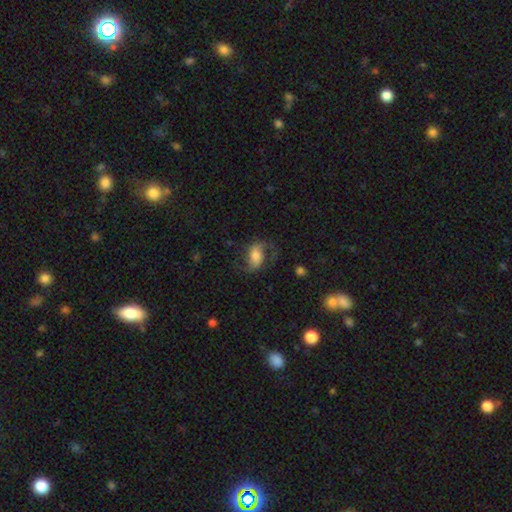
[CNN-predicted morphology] Q: Smooth or featured?
A: featured or disk (66%); runner-up: smooth (27%)
Q: Edge-on disk?
A: no (96%); runner-up: yes (4%)
Q: Bar?
A: weak (41%); runner-up: no (32%)
Q: Spiral arms?
A: yes (91%); runner-up: no (9%)
Q: Spiral winding?
A: loose (51%); runner-up: medium (40%)
Q: Spiral arm count?
A: 2 (89%); runner-up: 1 (4%)
Q: Bulge size?
A: moderate (44%); runner-up: large (25%)
Q: Merging?
A: none (64%); runner-up: minor disturbance (18%)